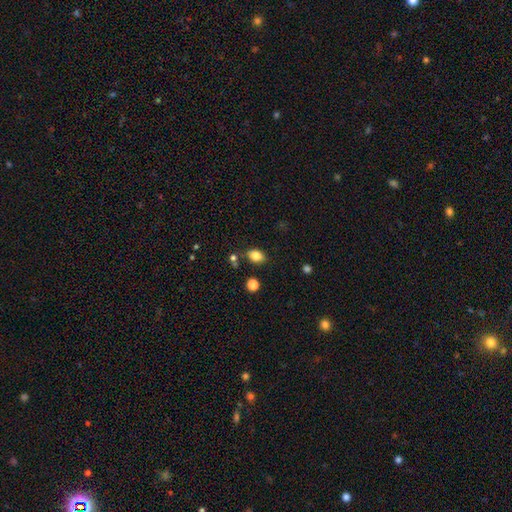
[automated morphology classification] type=smooth (84%); roundness=in between (73%); merging=none (78%).